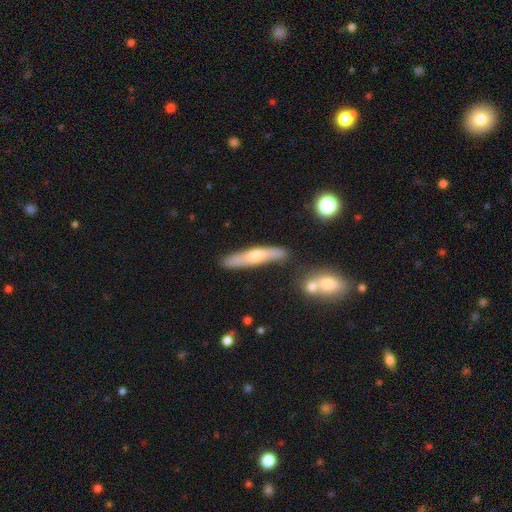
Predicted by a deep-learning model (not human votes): This is possibly a smooth galaxy (48%). Merging: clearly none (82%).